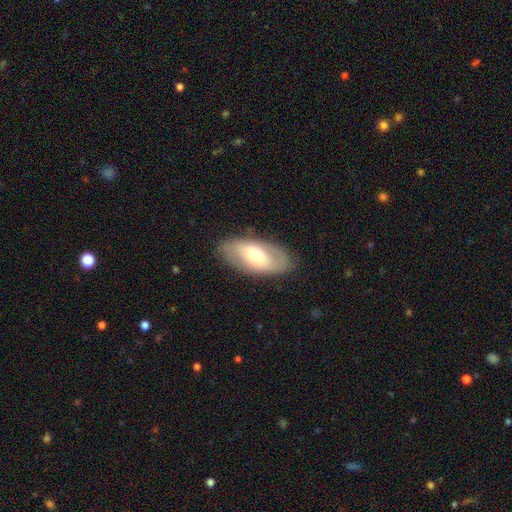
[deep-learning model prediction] Smooth or featured?
  - smooth: 50% *
  - featured or disk: 44%
  - star or artifact: 6%
Merging?
  - none: 84% *
  - minor disturbance: 11%
  - major disturbance: 3%
  - merger: 1%